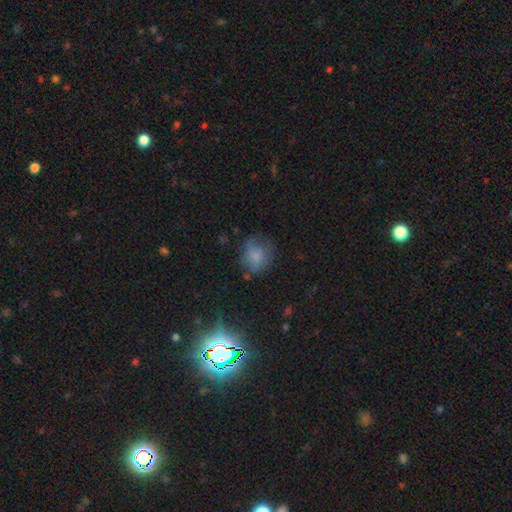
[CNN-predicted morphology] type=smooth (68%); roundness=round (69%); merging=none (55%).